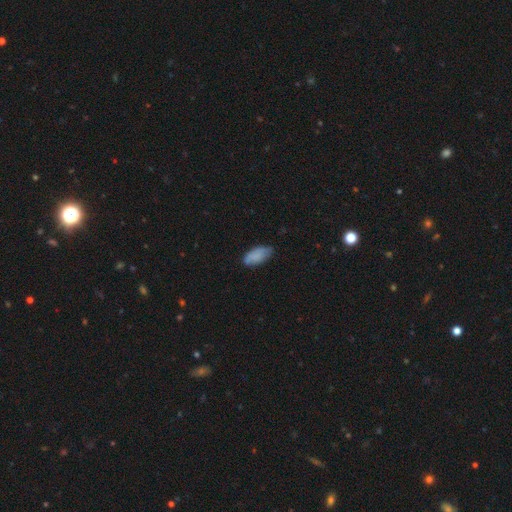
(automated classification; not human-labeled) A smooth galaxy with no disk features (81%) that is in between round and cigar-shaped (90%).

Vote fractions:
- Smooth or featured? smooth: 81% / featured or disk: 12% / star or artifact: 7%
- How rounded? in between: 90% / cigar-shaped: 8% / round: 2%
- Merging? none: 66% / minor disturbance: 27% / major disturbance: 5% / merger: 2%